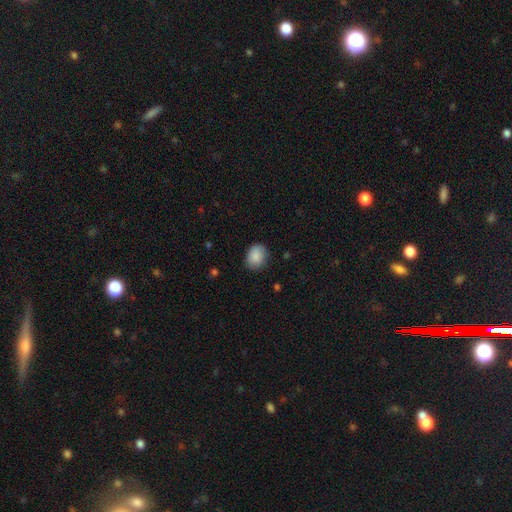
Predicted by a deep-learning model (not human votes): Overall: smooth (88%). How rounded: in between (51%; round 48%). Merging: none (81%).